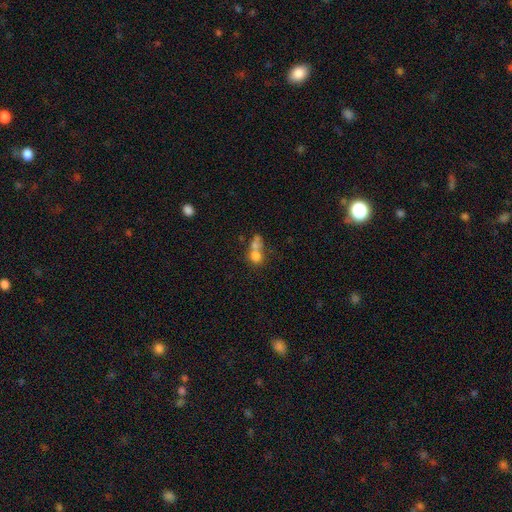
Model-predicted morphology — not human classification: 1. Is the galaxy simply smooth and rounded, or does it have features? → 68% smooth, 19% featured or disk, 13% star or artifact.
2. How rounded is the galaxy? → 73% round, 26% in between, 2% cigar-shaped.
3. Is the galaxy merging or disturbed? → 60% merger, 28% none, 7% minor disturbance, 5% major disturbance.